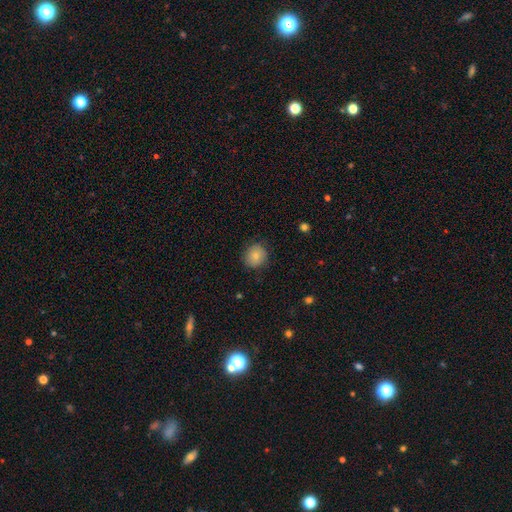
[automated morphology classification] Smooth or featured? Predicted: smooth (p=0.83). How rounded? Predicted: round (p=0.81). Merging? Predicted: none (p=0.82).